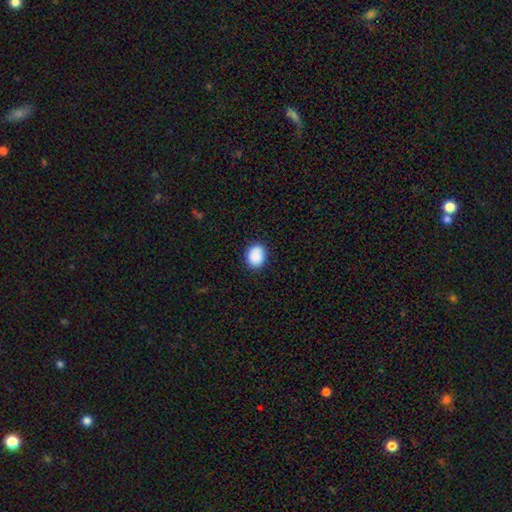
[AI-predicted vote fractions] This is clearly a smooth galaxy (90%). How rounded: possibly round (54%). Merging: clearly none (88%).